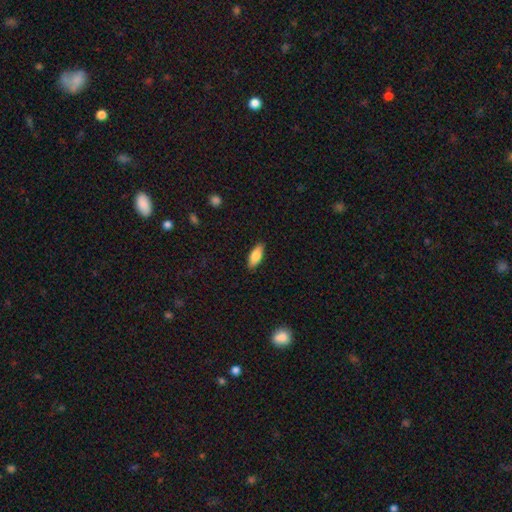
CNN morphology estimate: A smooth galaxy with no disk features (80%) that is in between round and cigar-shaped (76%). Merging: none (88%).